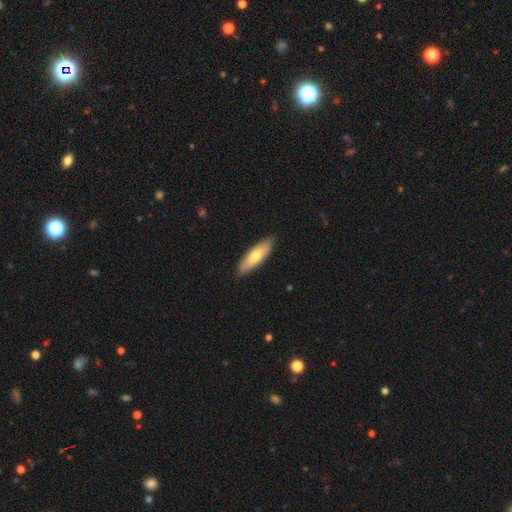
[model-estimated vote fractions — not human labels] The model was most divided on "how rounded": cigar-shaped: 50%, in between: 48%, round: 2%. More confident: merging — none (88%); smooth or featured — smooth (70%).